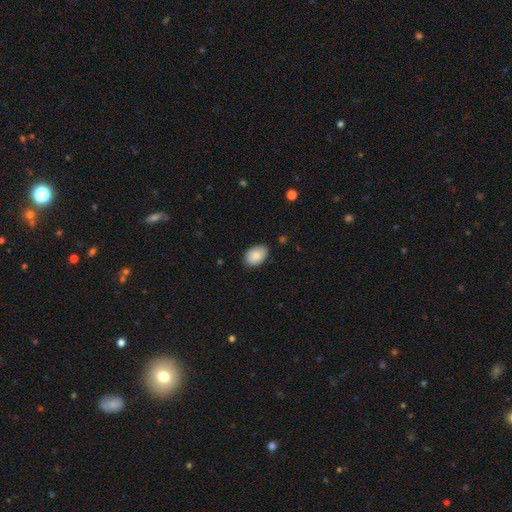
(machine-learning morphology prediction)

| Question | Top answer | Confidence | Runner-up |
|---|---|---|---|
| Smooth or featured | smooth | 85% | featured or disk (8%) |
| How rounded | in between | 84% | round (15%) |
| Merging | none | 79% | minor disturbance (17%) |